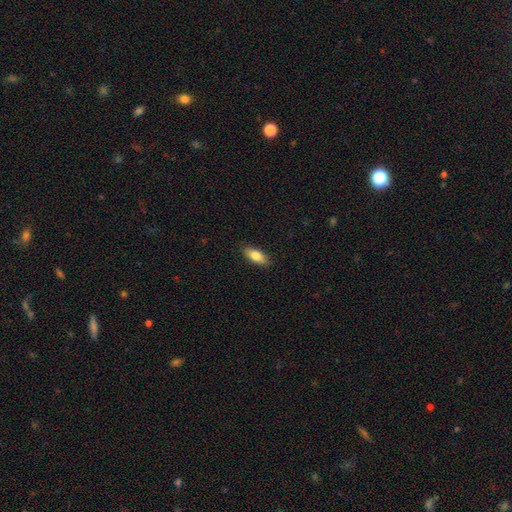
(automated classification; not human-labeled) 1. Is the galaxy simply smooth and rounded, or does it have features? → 82% smooth, 12% featured or disk, 6% star or artifact.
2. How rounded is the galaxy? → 82% in between, 15% cigar-shaped, 3% round.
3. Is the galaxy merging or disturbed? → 88% none, 9% minor disturbance, 2% major disturbance, 1% merger.